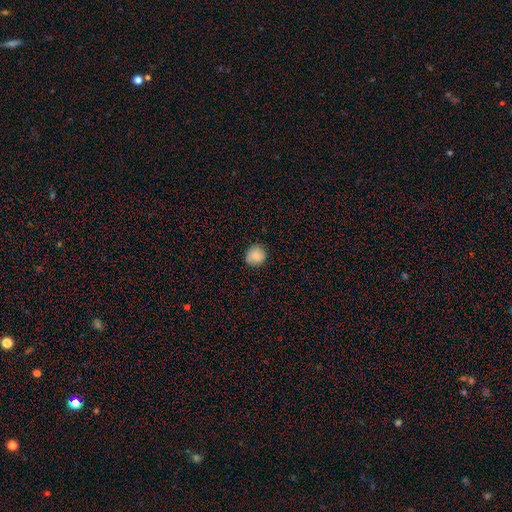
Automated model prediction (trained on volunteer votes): Smooth or featured: smooth — 84% (star or artifact — 8%)
How rounded: round — 88% (in between — 11%)
Merging: none — 84% (minor disturbance — 12%)